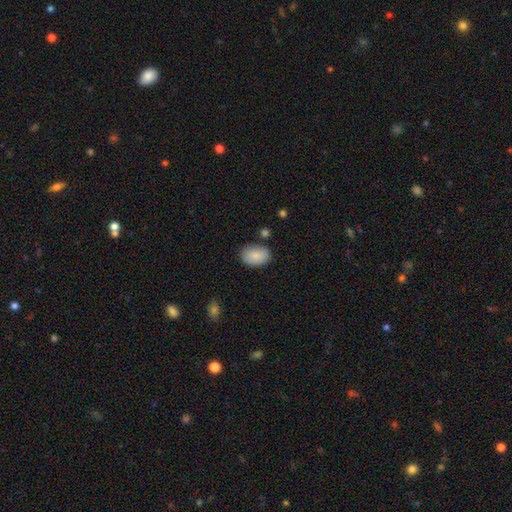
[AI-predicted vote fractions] smooth_or_featured: smooth (p=0.87) [alt: featured or disk p=0.07]
how_rounded: in between (p=0.86) [alt: round p=0.13]
merging: none (p=0.79) [alt: minor disturbance p=0.15]